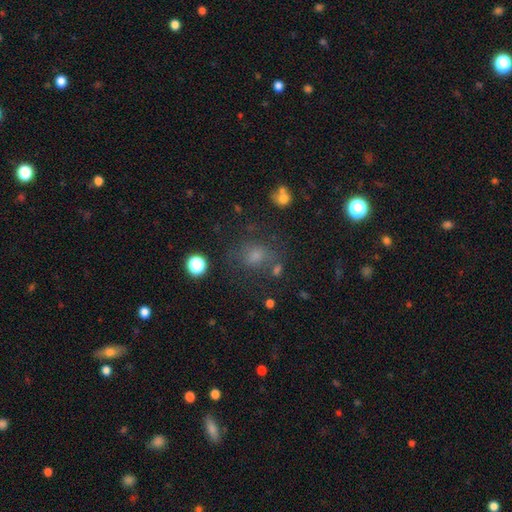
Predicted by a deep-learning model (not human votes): Morphology: type=smooth (59%); roundness=round (67%); merging=none (67%).